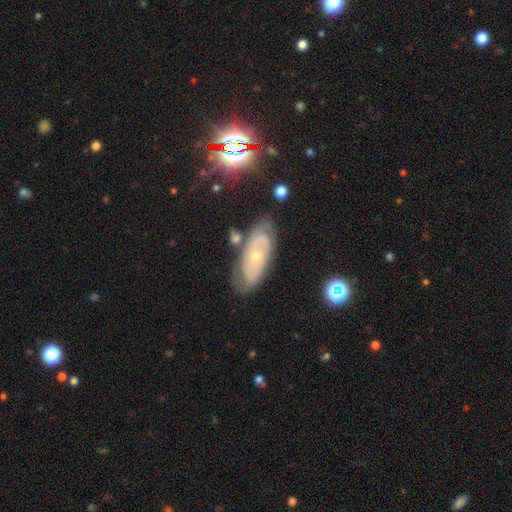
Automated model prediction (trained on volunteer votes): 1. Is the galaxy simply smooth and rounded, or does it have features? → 74% featured or disk, 18% smooth, 8% star or artifact.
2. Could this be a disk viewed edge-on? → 90% no, 10% yes.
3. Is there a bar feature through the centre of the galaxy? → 79% no, 17% weak, 5% strong.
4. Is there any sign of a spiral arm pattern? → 79% yes, 21% no.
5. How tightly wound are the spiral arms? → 68% tight, 24% medium, 8% loose.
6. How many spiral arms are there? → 47% can't tell, 38% 2, 7% 3, 4% 1, 3% 4, 2% more than 4.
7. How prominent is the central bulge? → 68% small, 28% moderate, 1% none, 1% large, 1% dominant.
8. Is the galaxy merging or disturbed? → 71% none, 19% minor disturbance, 6% major disturbance, 4% merger.